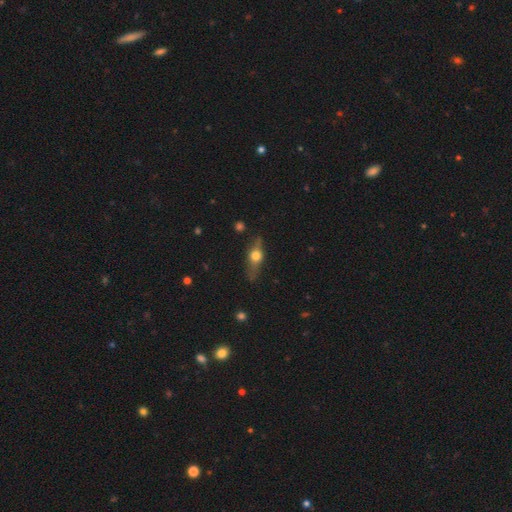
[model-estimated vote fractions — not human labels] This is possibly a featured or disk galaxy (57%). It is clearly viewed edge-on (89%). Edge-on bulge: clearly rounded (96%). Merging: likely none (78%).